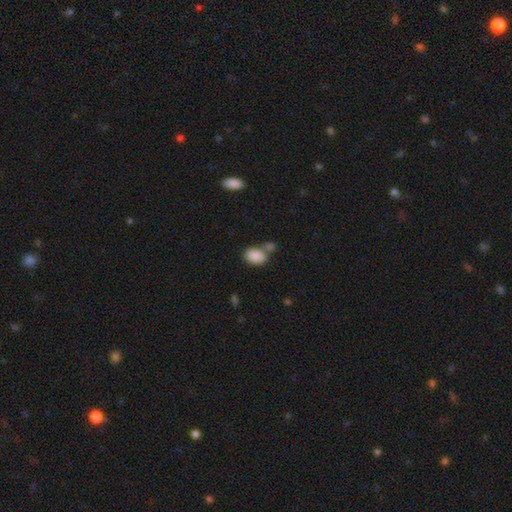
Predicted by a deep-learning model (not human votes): This is clearly a smooth galaxy (87%). How rounded: clearly in between (81%). Merging: possibly none (48%).